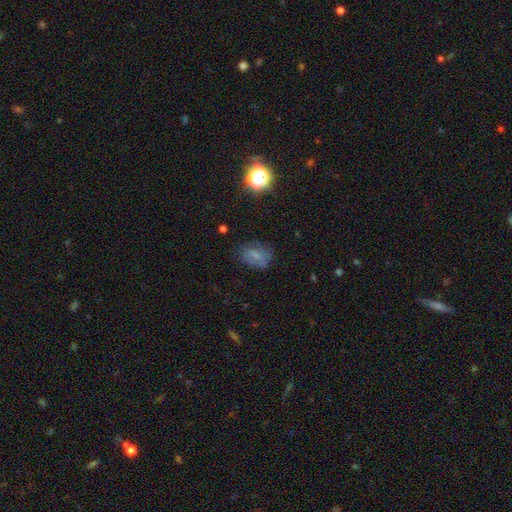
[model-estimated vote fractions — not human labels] A smooth galaxy with no disk features (60%) that is in between round and cigar-shaped (80%).

Vote fractions:
- Smooth or featured? smooth: 60% / featured or disk: 22% / star or artifact: 18%
- How rounded? in between: 80% / round: 18% / cigar-shaped: 2%
- Merging? none: 64% / minor disturbance: 23% / major disturbance: 11% / merger: 2%